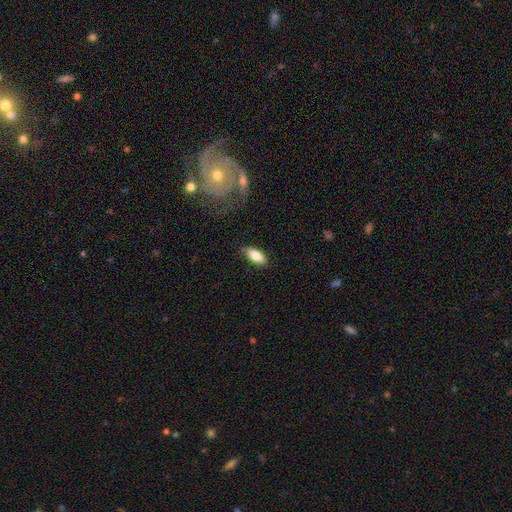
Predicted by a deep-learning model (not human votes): Overall: smooth (81%). How rounded: in between (81%). Merging: none (82%).